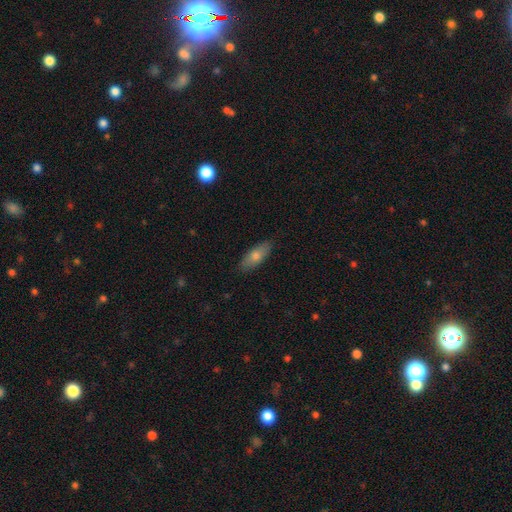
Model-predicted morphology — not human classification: A smooth galaxy with no disk features (71%) that is in between round and cigar-shaped (69%). Merging: none (87%).